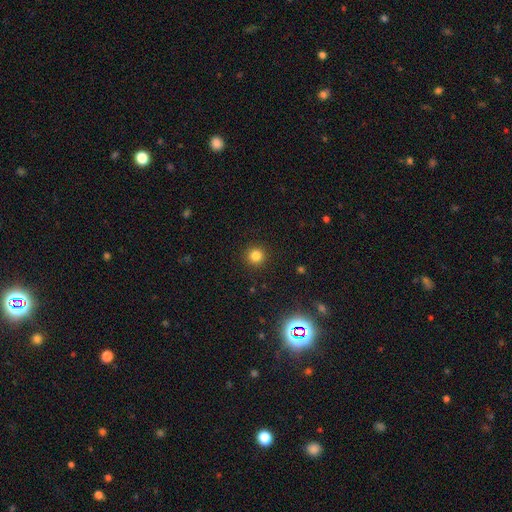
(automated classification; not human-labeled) The model was most divided on "smooth or featured": smooth: 82%, star or artifact: 13%, featured or disk: 5%. More confident: how rounded — round (95%); merging — none (92%).